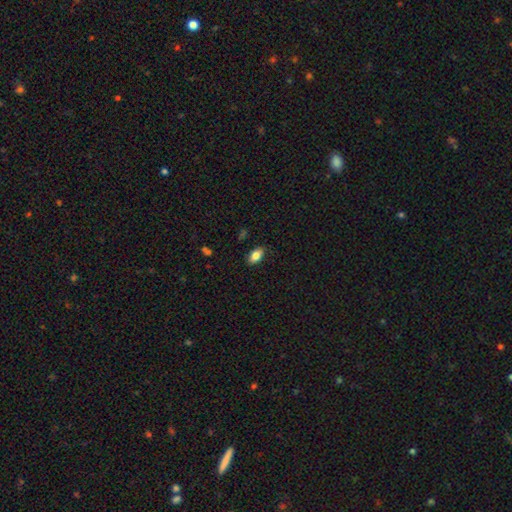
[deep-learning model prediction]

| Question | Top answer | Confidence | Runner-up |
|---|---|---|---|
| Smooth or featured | smooth | 82% | featured or disk (10%) |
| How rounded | in between | 91% | round (6%) |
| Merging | none | 85% | minor disturbance (11%) |